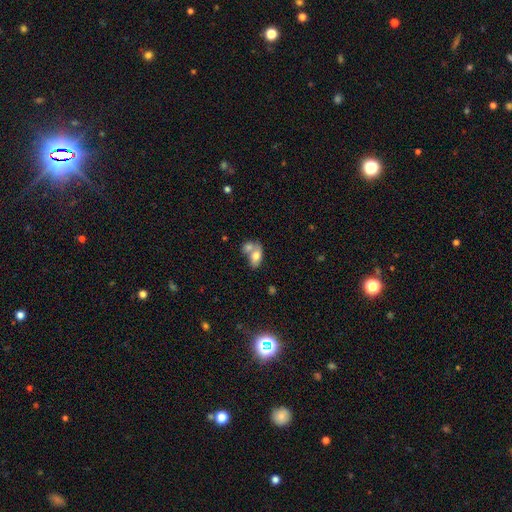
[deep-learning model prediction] Smooth or featured? smooth (72%)
How rounded? in between (88%)
Merging? merger (62%)